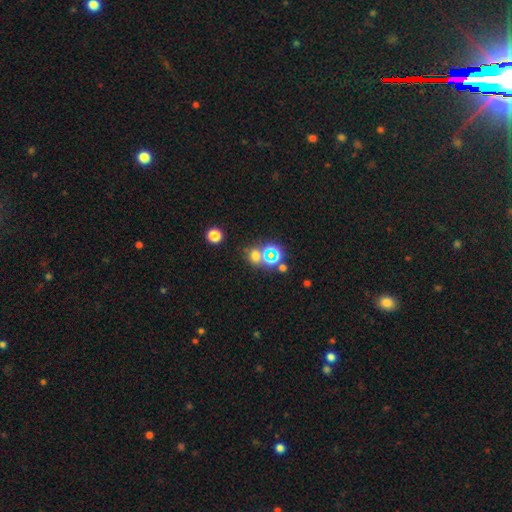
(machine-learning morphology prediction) smooth-or-featured: smooth: 50% | star or artifact: 40% | featured or disk: 10%
  merging: none: 61% | merger: 23% | minor disturbance: 10% | major disturbance: 6%